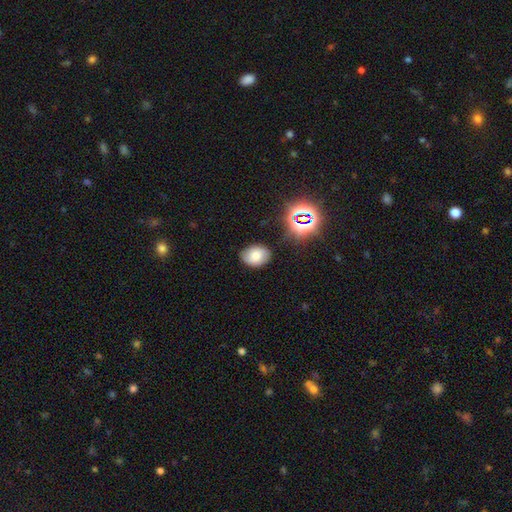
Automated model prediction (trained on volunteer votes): smooth 70%, star or artifact 15%, featured or disk 15%. Down the decision tree: how rounded — in between (66%); merging — none (80%).